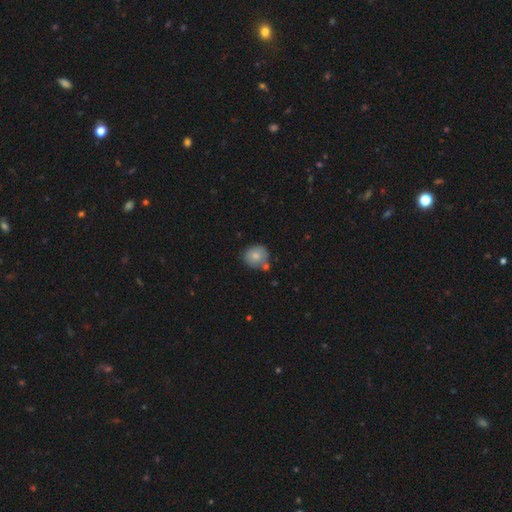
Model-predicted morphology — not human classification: Smooth or featured: smooth — 77% (featured or disk — 14%)
How rounded: round — 85% (in between — 14%)
Merging: none — 67% (minor disturbance — 17%)